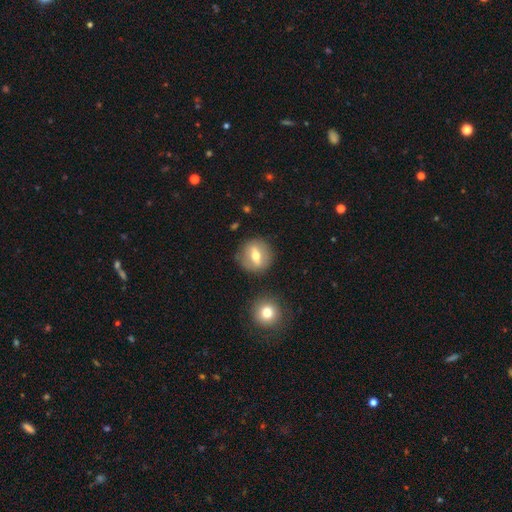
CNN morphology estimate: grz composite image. It shows a smooth galaxy with no disk features (48%). Merging: none (83%).